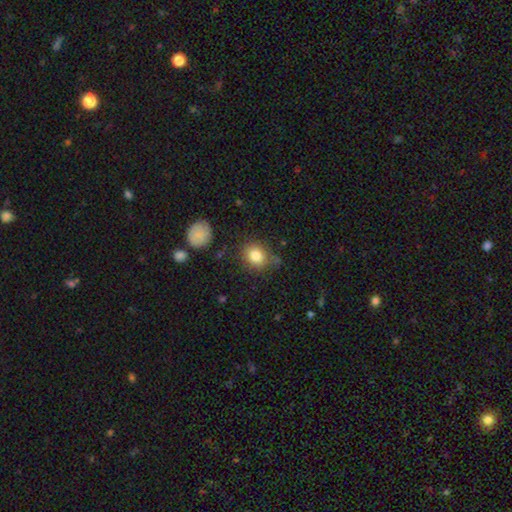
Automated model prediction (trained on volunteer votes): smooth-or-featured: smooth: 83% | star or artifact: 10% | featured or disk: 7%
  how-rounded: round: 70% | in between: 29% | cigar-shaped: 1%
  merging: none: 72% | minor disturbance: 19% | major disturbance: 6% | merger: 4%